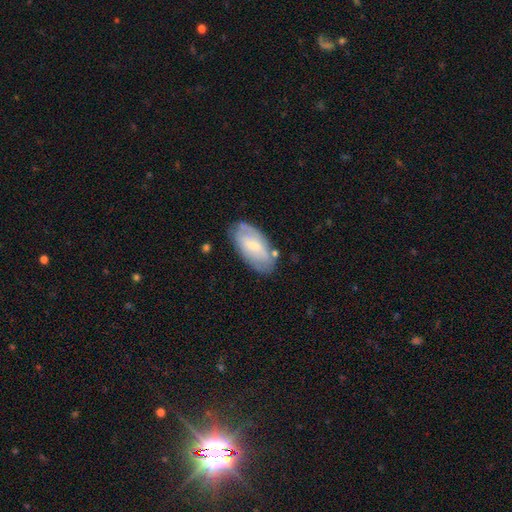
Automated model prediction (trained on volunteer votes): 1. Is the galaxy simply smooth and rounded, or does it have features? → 47% smooth, 46% featured or disk, 7% star or artifact.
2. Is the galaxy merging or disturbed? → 73% none, 19% minor disturbance, 5% major disturbance, 3% merger.